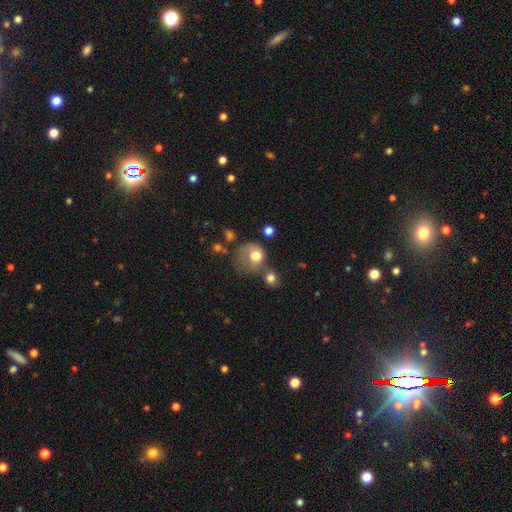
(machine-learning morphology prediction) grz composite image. It shows a smooth galaxy with no disk features (71%) that is round (72%). Merging: major disturbance (31%).